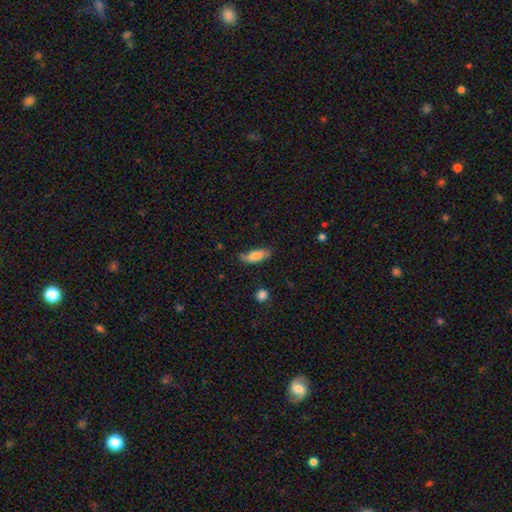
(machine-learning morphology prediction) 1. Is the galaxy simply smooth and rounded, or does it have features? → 76% smooth, 17% featured or disk, 7% star or artifact.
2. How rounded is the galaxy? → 73% in between, 24% cigar-shaped, 2% round.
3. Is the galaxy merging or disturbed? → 59% none, 30% minor disturbance, 8% major disturbance, 2% merger.